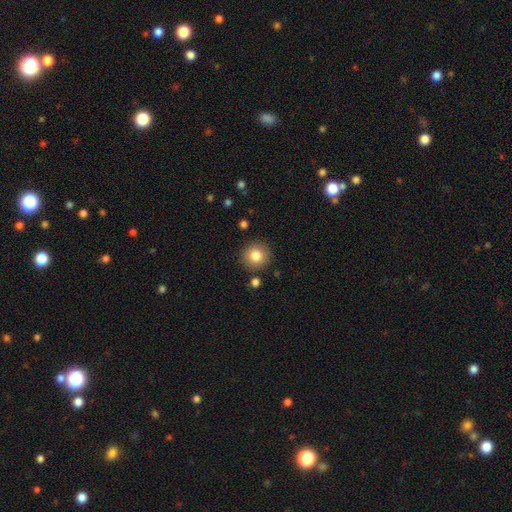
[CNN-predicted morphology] The model was most divided on "smooth or featured": smooth: 81%, star or artifact: 10%, featured or disk: 9%. More confident: how rounded — round (94%); merging — none (88%).